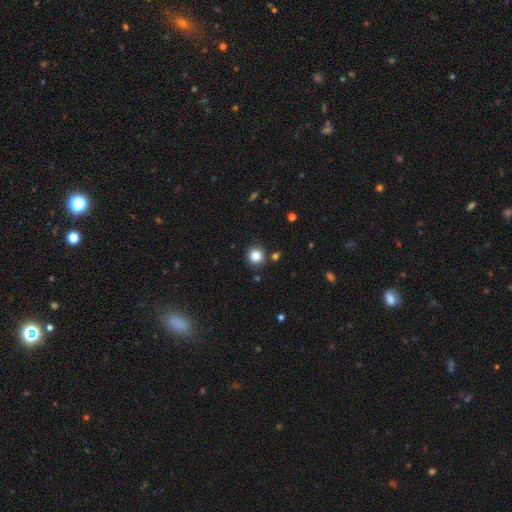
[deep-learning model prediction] A smooth galaxy with no disk features (84%) that is round (92%).

Vote fractions:
- Smooth or featured? smooth: 84% / star or artifact: 11% / featured or disk: 5%
- How rounded? round: 92% / in between: 7% / cigar-shaped: 1%
- Merging? none: 87% / minor disturbance: 7% / merger: 3% / major disturbance: 2%